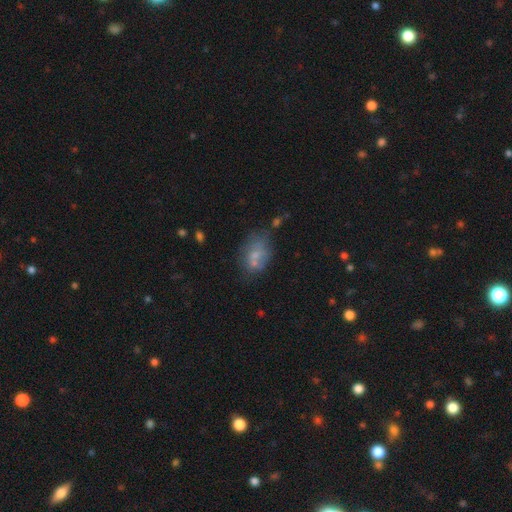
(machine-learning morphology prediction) This is likely a smooth galaxy (60%). How rounded: likely in between (79%). Merging: marginally none (42%).